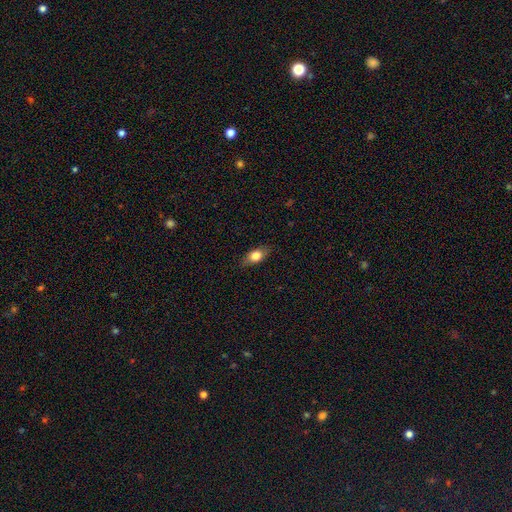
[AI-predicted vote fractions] smooth_or_featured: smooth (p=0.75) [alt: featured or disk p=0.17]
how_rounded: in between (p=0.80) [alt: round p=0.10]
merging: none (p=0.84) [alt: minor disturbance p=0.12]